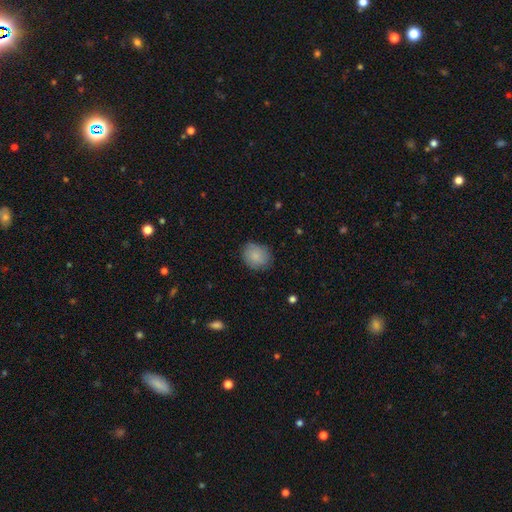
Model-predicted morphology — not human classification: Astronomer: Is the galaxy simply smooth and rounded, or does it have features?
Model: smooth — 85%.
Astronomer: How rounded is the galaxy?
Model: round — 62%.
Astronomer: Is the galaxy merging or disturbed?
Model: none — 78%.